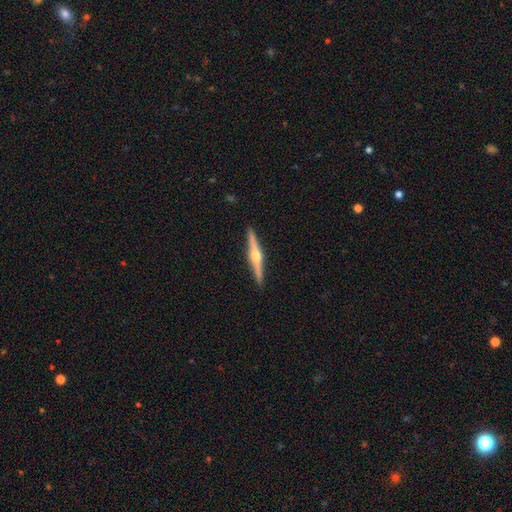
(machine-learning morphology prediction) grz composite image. It shows a featured or disk galaxy (82%) viewed edge-on (98%) with a rounded central bulge (95%). Merging: none (92%).